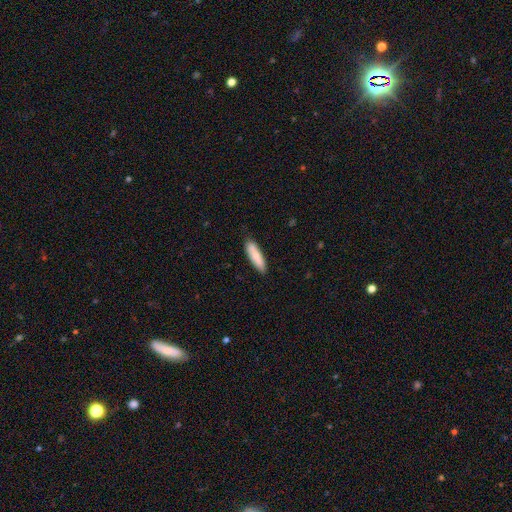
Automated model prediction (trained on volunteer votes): Smooth or featured? smooth (82%)
How rounded? cigar-shaped (68%)
Merging? none (87%)